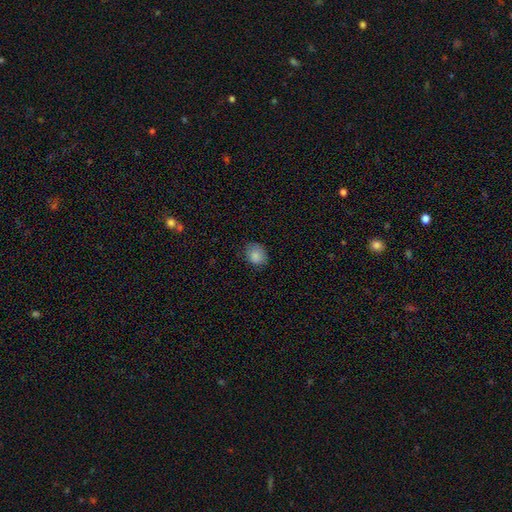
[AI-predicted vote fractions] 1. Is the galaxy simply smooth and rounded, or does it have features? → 86% smooth, 9% star or artifact, 5% featured or disk.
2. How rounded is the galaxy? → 59% round, 40% in between, 1% cigar-shaped.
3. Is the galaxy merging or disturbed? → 76% none, 19% minor disturbance, 4% major disturbance, 1% merger.